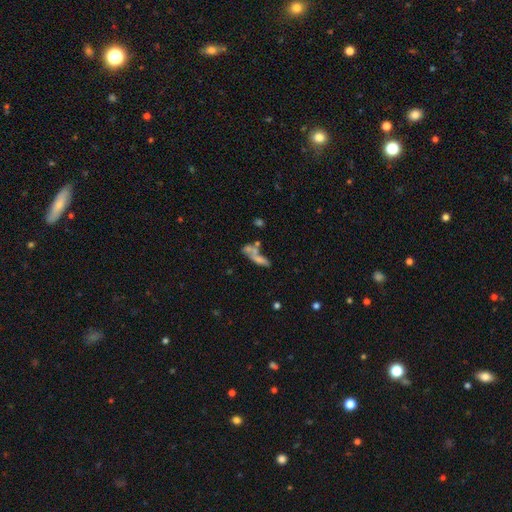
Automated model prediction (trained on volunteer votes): Smooth or featured?
  - smooth: 47% *
  - featured or disk: 38%
  - star or artifact: 15%
Merging?
  - merger: 42% *
  - none: 29%
  - major disturbance: 16%
  - minor disturbance: 13%